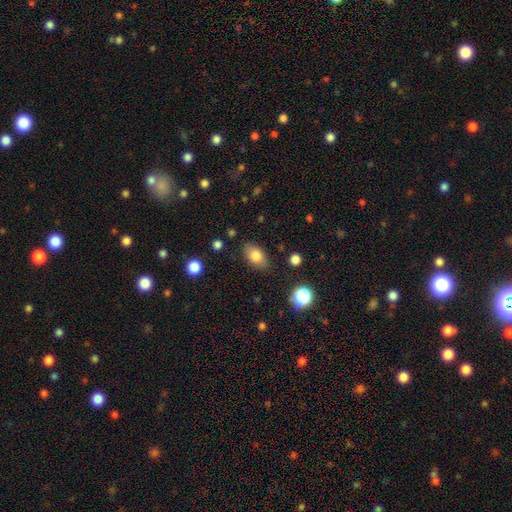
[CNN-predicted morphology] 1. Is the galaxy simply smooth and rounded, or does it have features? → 80% smooth, 11% featured or disk, 9% star or artifact.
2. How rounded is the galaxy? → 85% in between, 13% round, 2% cigar-shaped.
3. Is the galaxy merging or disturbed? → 83% none, 12% minor disturbance, 3% major disturbance, 2% merger.